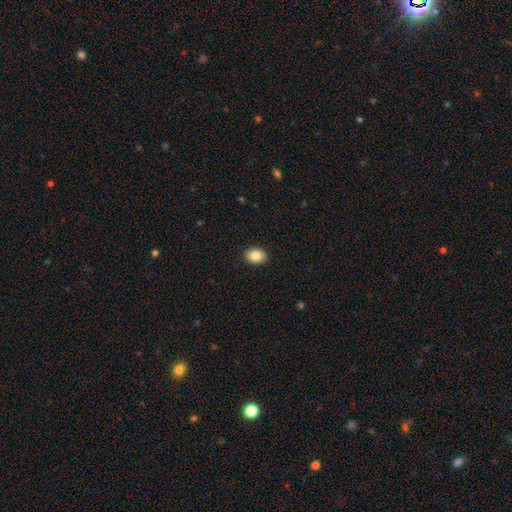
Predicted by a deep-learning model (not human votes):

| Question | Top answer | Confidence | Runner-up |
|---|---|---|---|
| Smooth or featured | smooth | 85% | star or artifact (8%) |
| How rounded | in between | 70% | round (29%) |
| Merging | none | 91% | minor disturbance (7%) |